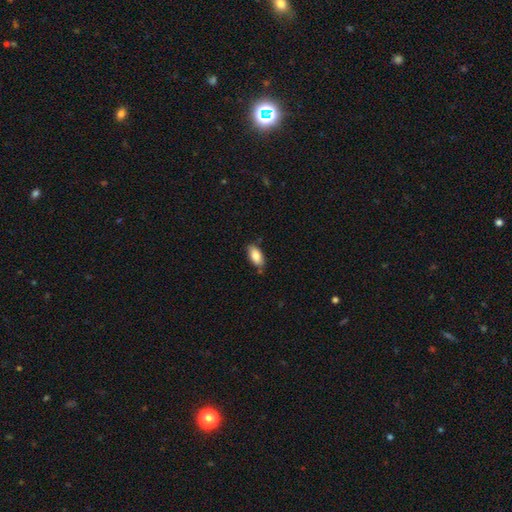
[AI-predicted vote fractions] smooth_or_featured: smooth (p=0.85) [alt: featured or disk p=0.08]
how_rounded: in between (p=0.91) [alt: cigar-shaped p=0.07]
merging: none (p=0.79) [alt: minor disturbance p=0.16]